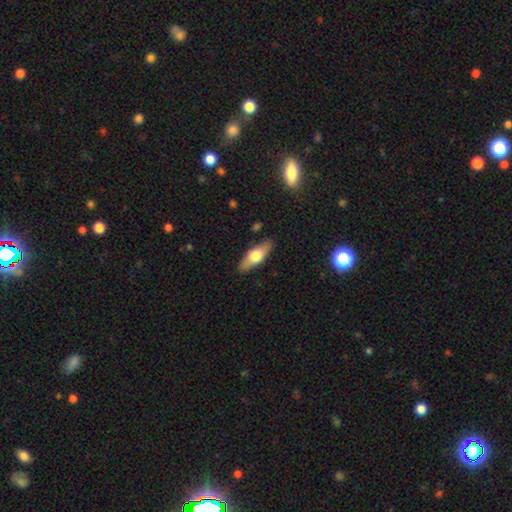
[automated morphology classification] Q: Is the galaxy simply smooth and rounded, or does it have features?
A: smooth — 53%.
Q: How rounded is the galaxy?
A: in between — 60%.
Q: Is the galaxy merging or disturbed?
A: none — 87%.